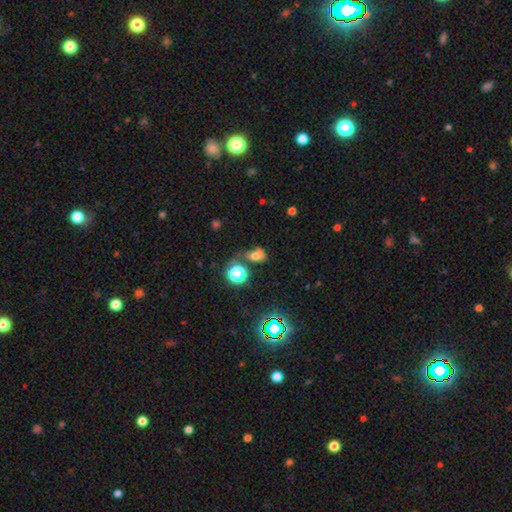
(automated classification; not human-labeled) A smooth galaxy with no disk features (53%) that is in between round and cigar-shaped (61%).

Vote fractions:
- Smooth or featured? smooth: 53% / featured or disk: 23% / star or artifact: 23%
- How rounded? in between: 61% / round: 36% / cigar-shaped: 3%
- Merging? none: 32% / merger: 24% / major disturbance: 23% / minor disturbance: 21%